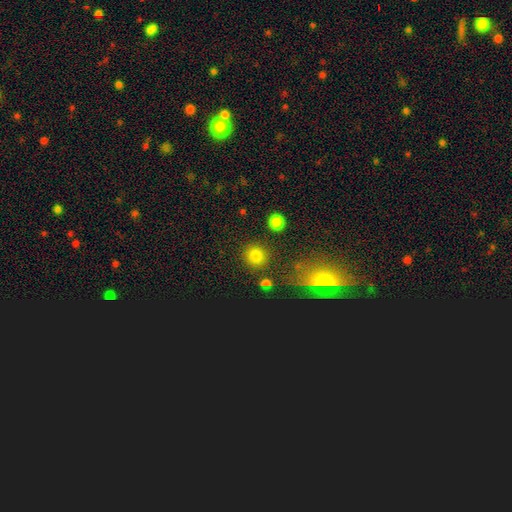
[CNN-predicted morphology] This appears to be a smooth galaxy with no disk features (79%) that is round (92%). Merging: none (87%).